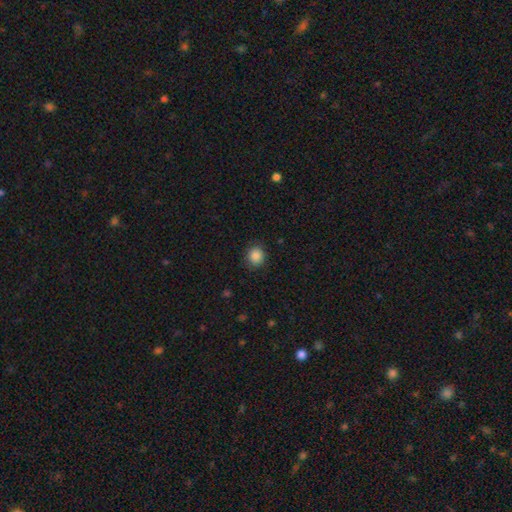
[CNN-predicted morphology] smooth 86%, star or artifact 10%, featured or disk 4%. Down the decision tree: how rounded — round (83%); merging — none (89%).